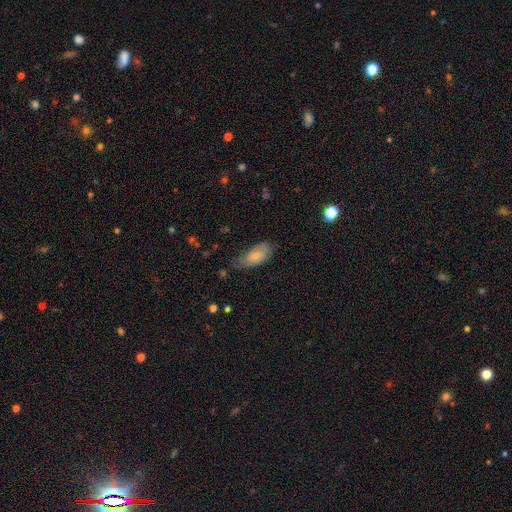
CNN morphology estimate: smooth 76%, featured or disk 17%, star or artifact 7%. Down the decision tree: how rounded — in between (90%); merging — none (54%).